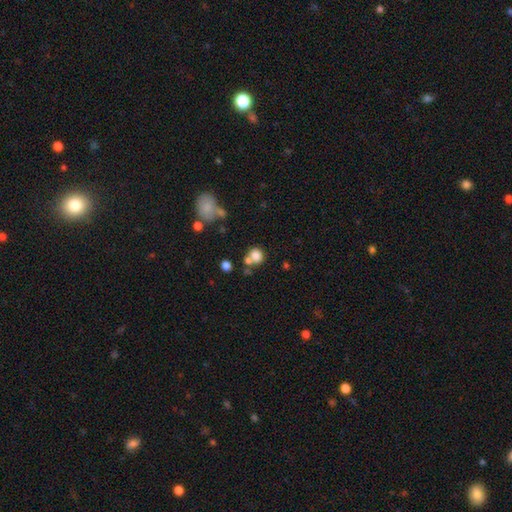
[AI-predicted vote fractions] A smooth galaxy with no disk features (79%) that is round (70%).

Vote fractions:
- Smooth or featured? smooth: 79% / star or artifact: 12% / featured or disk: 9%
- How rounded? round: 70% / in between: 29% / cigar-shaped: 1%
- Merging? none: 49% / merger: 32% / minor disturbance: 12% / major disturbance: 6%